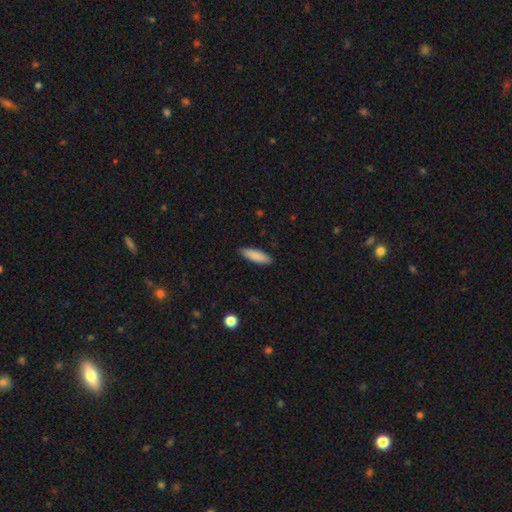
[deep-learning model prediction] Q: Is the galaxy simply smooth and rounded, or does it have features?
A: smooth — 88%.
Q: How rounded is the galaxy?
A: cigar-shaped — 55%.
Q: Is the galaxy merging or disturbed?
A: none — 88%.